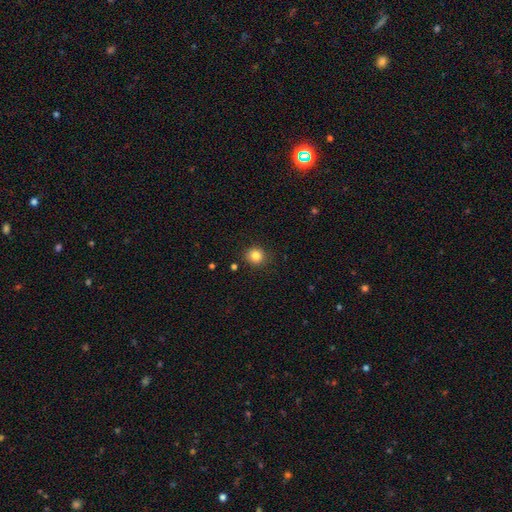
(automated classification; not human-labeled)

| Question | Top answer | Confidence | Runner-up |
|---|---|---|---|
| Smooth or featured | smooth | 83% | star or artifact (11%) |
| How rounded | round | 87% | in between (12%) |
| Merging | none | 87% | minor disturbance (9%) |